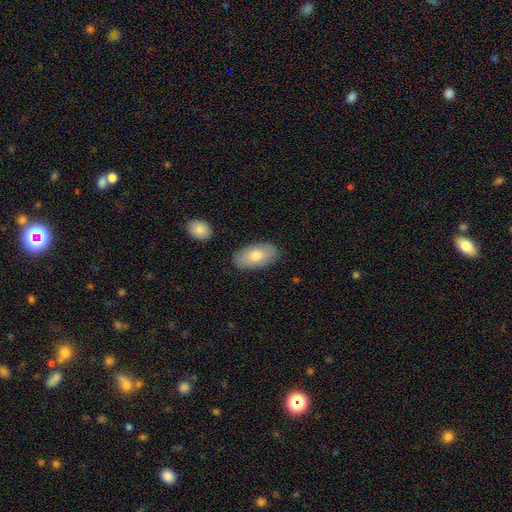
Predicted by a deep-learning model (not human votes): The model was most divided on "smooth or featured": smooth: 75%, featured or disk: 19%, star or artifact: 6%. More confident: how rounded — in between (95%); merging — none (85%).